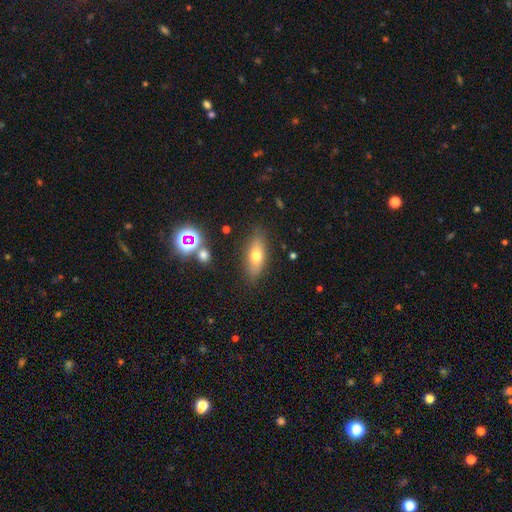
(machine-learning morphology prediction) type=smooth (65%); roundness=in between (69%); merging=none (84%).